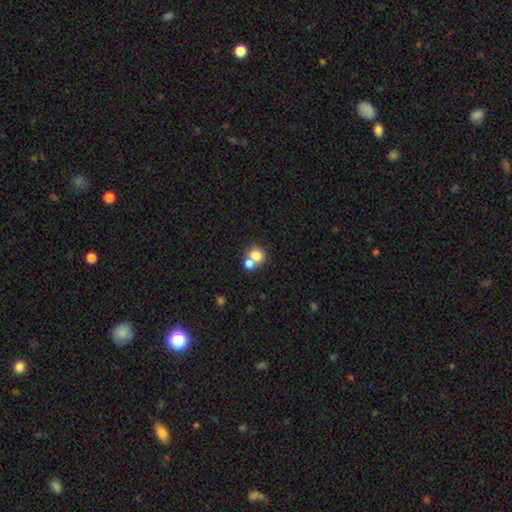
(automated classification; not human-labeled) Smooth or featured? smooth (77%)
How rounded? round (77%)
Merging? merger (51%)